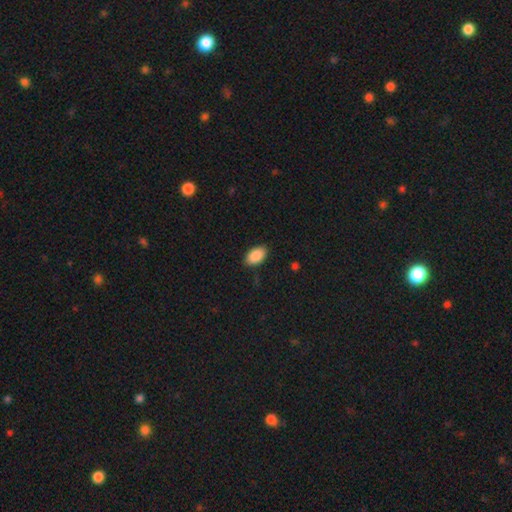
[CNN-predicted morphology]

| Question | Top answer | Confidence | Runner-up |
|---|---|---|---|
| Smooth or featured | smooth | 89% | star or artifact (7%) |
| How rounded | in between | 93% | round (5%) |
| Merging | none | 87% | minor disturbance (10%) |